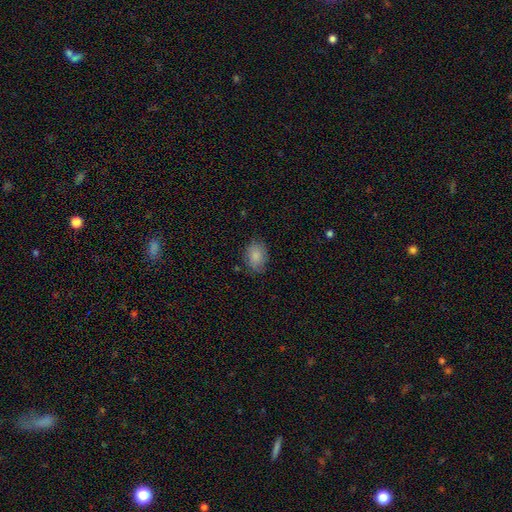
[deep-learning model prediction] Morphology: type=smooth (85%); roundness=in between (71%); merging=none (78%).